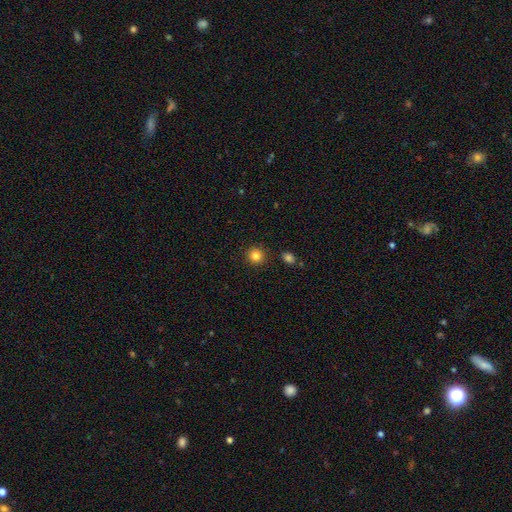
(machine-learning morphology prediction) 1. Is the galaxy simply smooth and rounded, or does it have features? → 83% smooth, 11% star or artifact, 5% featured or disk.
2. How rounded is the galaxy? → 92% round, 7% in between, 1% cigar-shaped.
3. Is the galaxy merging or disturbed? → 90% none, 6% minor disturbance, 2% merger, 2% major disturbance.